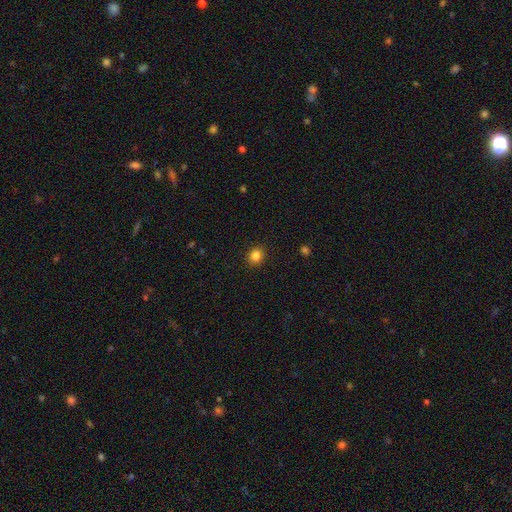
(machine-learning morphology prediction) A smooth galaxy with no disk features (84%) that is round (73%).

Vote fractions:
- Smooth or featured? smooth: 84% / star or artifact: 12% / featured or disk: 5%
- How rounded? round: 73% / in between: 27% / cigar-shaped: 1%
- Merging? none: 91% / minor disturbance: 6% / major disturbance: 2% / merger: 1%